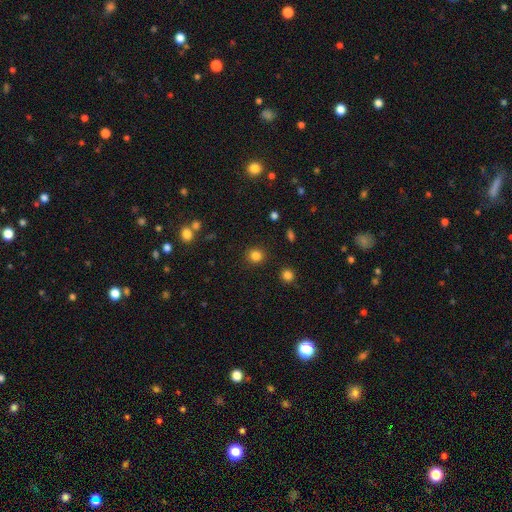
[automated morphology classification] The model was most divided on "smooth or featured": smooth: 83%, star or artifact: 13%, featured or disk: 5%. More confident: merging — none (89%); how rounded — round (89%).